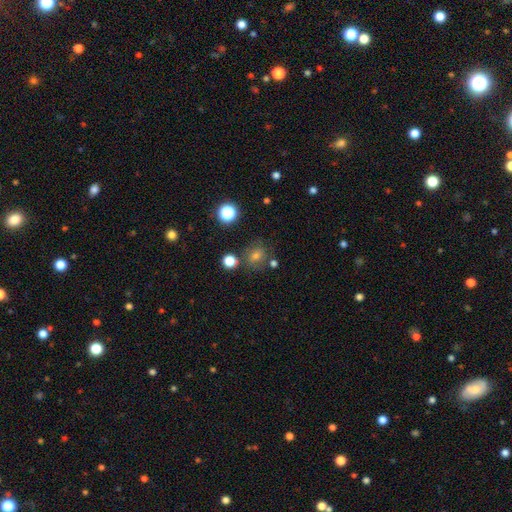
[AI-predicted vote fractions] Smooth or featured: smooth — 50% (star or artifact — 31%)
How rounded: round — 77% (in between — 21%)
Merging: none — 75% (minor disturbance — 12%)